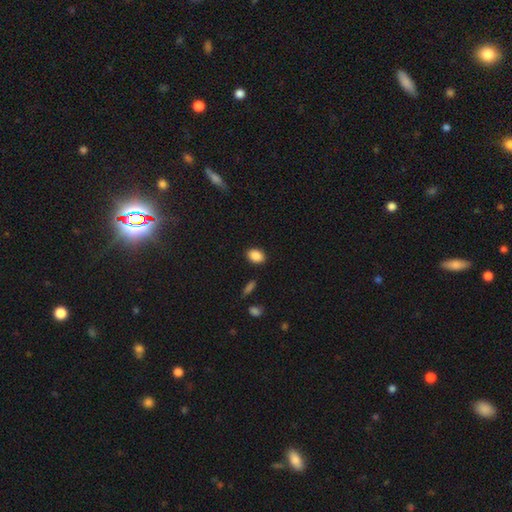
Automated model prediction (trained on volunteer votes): A smooth galaxy with no disk features (88%) that is in between round and cigar-shaped (78%). Merging: none (87%).